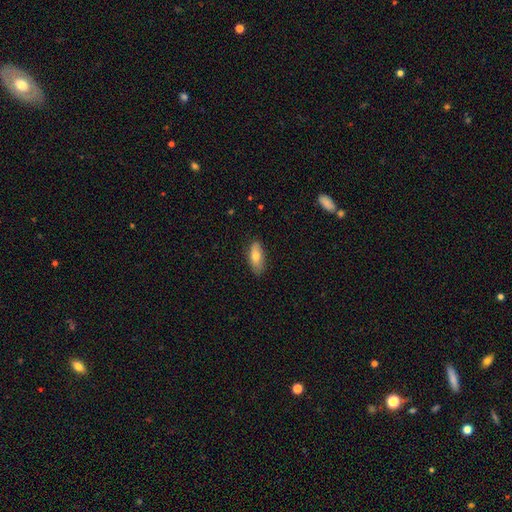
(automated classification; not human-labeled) This is likely a smooth galaxy (72%). How rounded: likely in between (79%). Merging: likely none (80%).